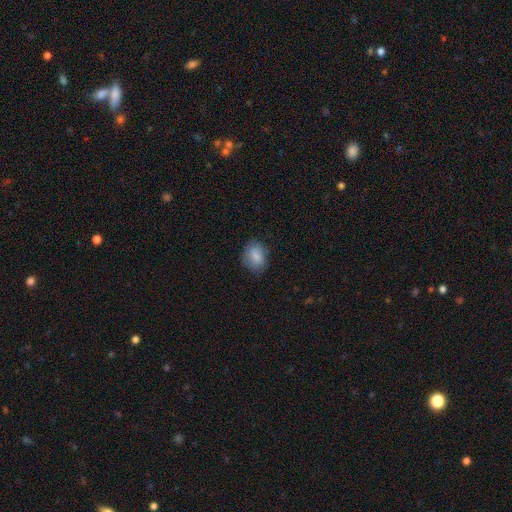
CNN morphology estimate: Smooth or featured: smooth — 83% (featured or disk — 10%)
How rounded: in between — 60% (round — 39%)
Merging: none — 76% (minor disturbance — 17%)